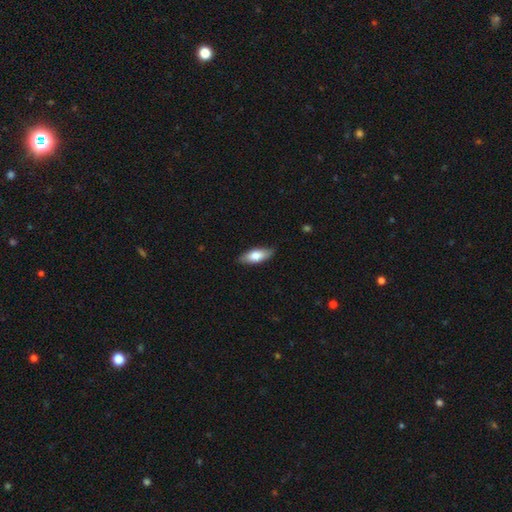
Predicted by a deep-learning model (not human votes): Overall: smooth (72%). How rounded: in between (75%). Merging: none (84%).